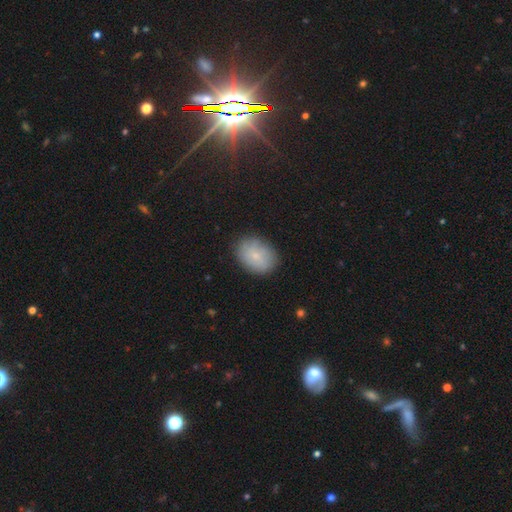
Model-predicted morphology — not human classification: The model was most divided on "how rounded": in between: 72%, round: 27%, cigar-shaped: 1%. More confident: merging — none (85%); smooth or featured — smooth (79%).